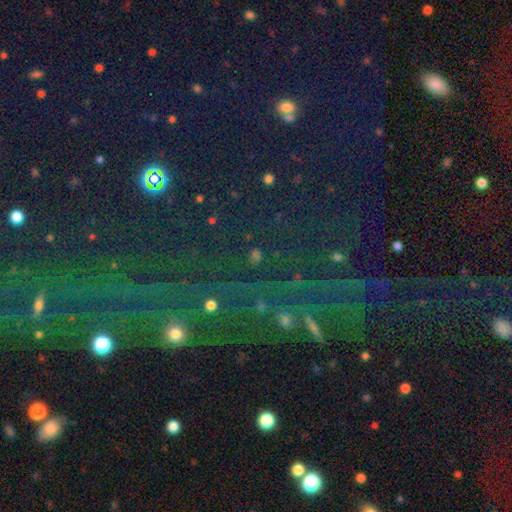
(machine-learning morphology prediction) Smooth or featured? star or artifact (68%)